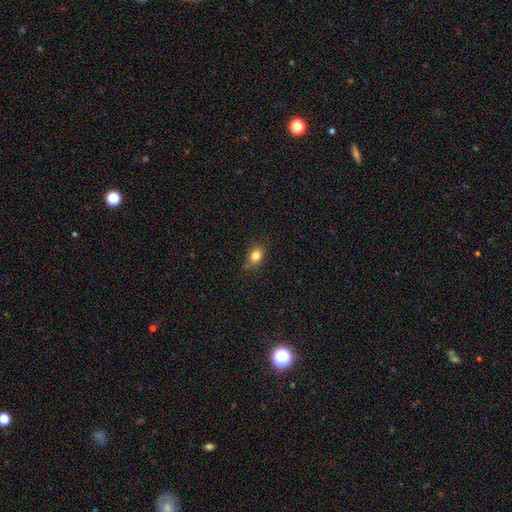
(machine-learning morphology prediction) Smooth or featured: smooth — 83% (star or artifact — 11%)
How rounded: in between — 60% (round — 39%)
Merging: none — 75% (minor disturbance — 20%)